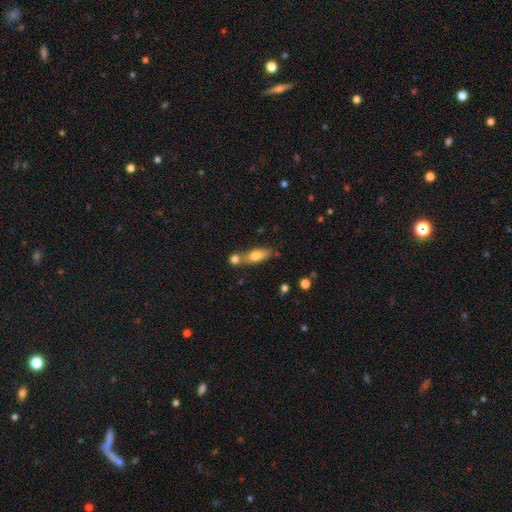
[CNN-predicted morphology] A smooth galaxy with no disk features (72%) that is in between round and cigar-shaped (63%). Merging: none (47%).